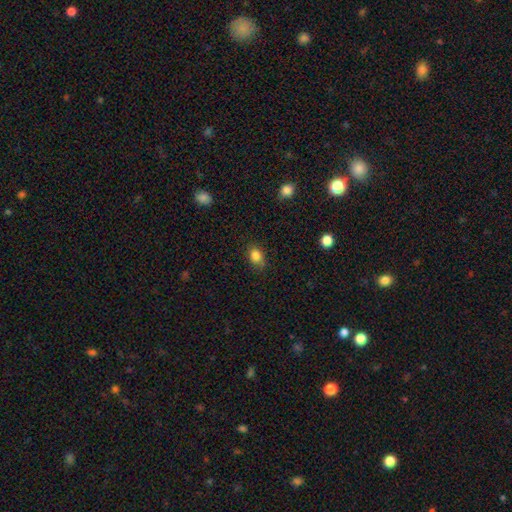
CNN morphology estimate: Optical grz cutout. It shows a smooth galaxy with no disk features (84%) that is in between round and cigar-shaped (66%). Merging: none (75%).